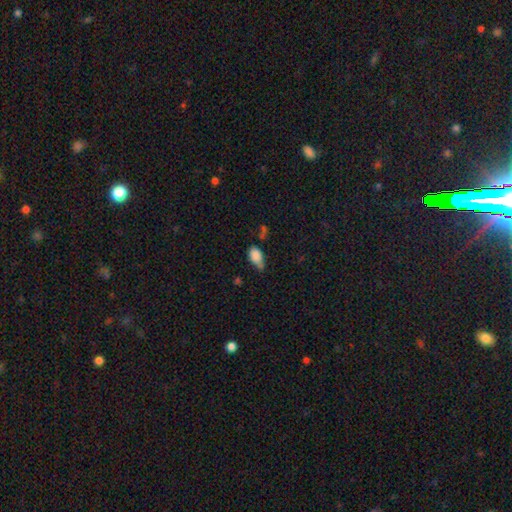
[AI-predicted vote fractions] smooth-or-featured: smooth: 82% | star or artifact: 9% | featured or disk: 9%
  how-rounded: in between: 88% | round: 9% | cigar-shaped: 3%
  merging: minor disturbance: 42% | none: 35% | major disturbance: 14% | merger: 9%